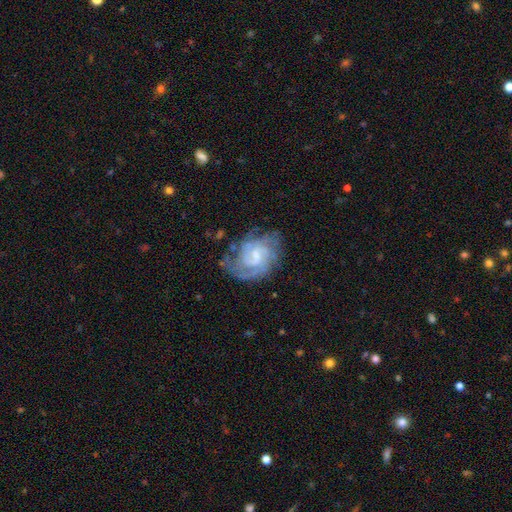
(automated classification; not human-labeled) A featured or disk galaxy (85%) with a weak bar (53%), 2 (35%) tight (57%) spiral arms (96%) and a small central bulge (53%).

Vote fractions:
- Smooth or featured? featured or disk: 85% / smooth: 8% / star or artifact: 7%
- Edge-on disk? no: 98% / yes: 2%
- Bar? weak: 53% / no: 36% / strong: 11%
- Spiral arms? yes: 96% / no: 4%
- Spiral winding? tight: 57% / medium: 35% / loose: 7%
- Spiral arm count? 2: 35% / can't tell: 25% / 3: 21% / 4: 8% / 1: 5% / more than 4: 5%
- Bulge size? small: 53% / moderate: 34% / none: 9% / large: 3% / dominant: 1%
- Merging? none: 69% / minor disturbance: 20% / major disturbance: 9% / merger: 2%